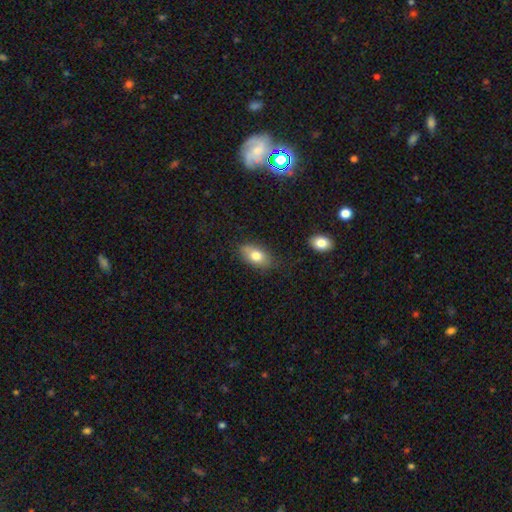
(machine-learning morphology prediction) smooth_or_featured: smooth (p=0.77) [alt: featured or disk p=0.15]
how_rounded: in between (p=0.89) [alt: round p=0.08]
merging: none (p=0.76) [alt: minor disturbance p=0.18]